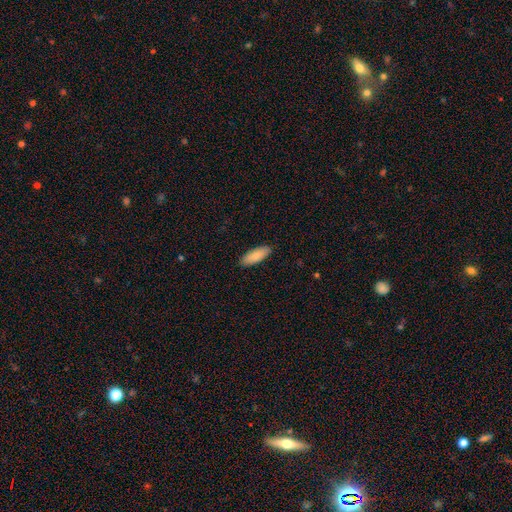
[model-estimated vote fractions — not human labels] Smooth or featured? Predicted: smooth (p=0.87). How rounded? Predicted: in between (p=0.68). Merging? Predicted: none (p=0.89).